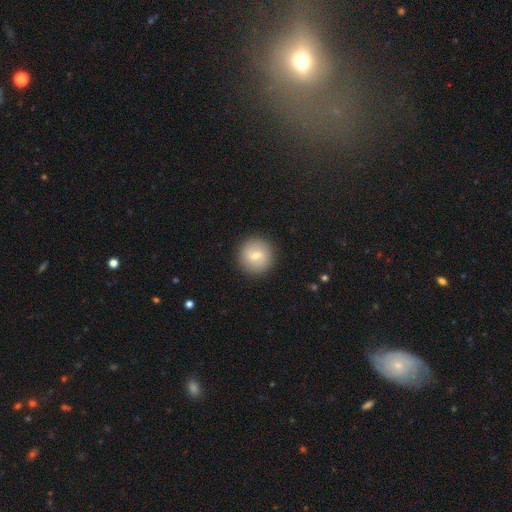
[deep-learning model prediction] smooth 64%, featured or disk 29%, star or artifact 8%. Down the decision tree: how rounded — round (94%); merging — none (89%).